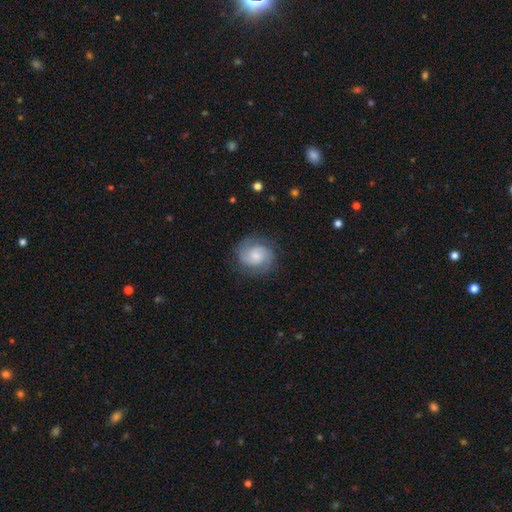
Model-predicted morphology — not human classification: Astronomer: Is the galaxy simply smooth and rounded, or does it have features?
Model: featured or disk — 56% (runner-up: smooth, 36%).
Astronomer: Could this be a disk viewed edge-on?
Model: no — 98%.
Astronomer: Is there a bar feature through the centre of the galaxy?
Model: no — 61%.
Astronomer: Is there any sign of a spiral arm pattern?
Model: yes — 92%.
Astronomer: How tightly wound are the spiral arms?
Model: tight — 44% (runner-up: medium, 42%).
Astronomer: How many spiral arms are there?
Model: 2 — 74%.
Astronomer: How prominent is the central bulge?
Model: small — 44% (runner-up: moderate, 36%).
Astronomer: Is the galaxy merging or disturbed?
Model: none — 79%.